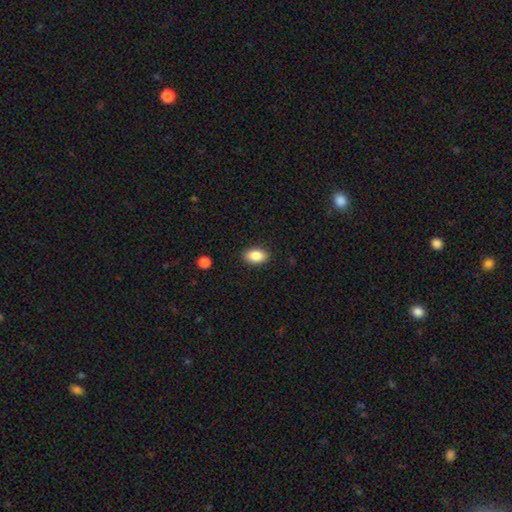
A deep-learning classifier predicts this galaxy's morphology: smooth-or-featured: smooth: 87% | star or artifact: 8% | featured or disk: 5%
  how-rounded: in between: 89% | round: 9% | cigar-shaped: 2%
  merging: none: 89% | minor disturbance: 8% | major disturbance: 2% | merger: 1%